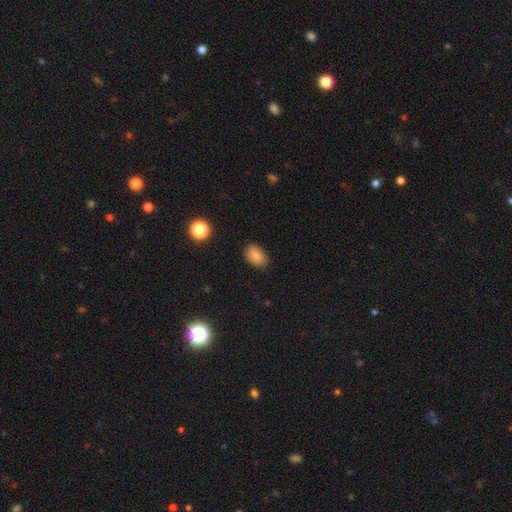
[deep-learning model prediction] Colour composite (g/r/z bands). It shows a smooth galaxy with no disk features (83%) that is in between round and cigar-shaped (88%). Merging: none (85%).